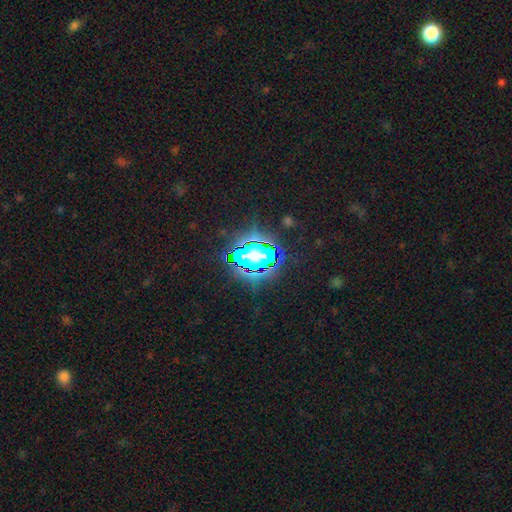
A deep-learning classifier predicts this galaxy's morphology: This is likely a star or artifact rather than a galaxy (64%).